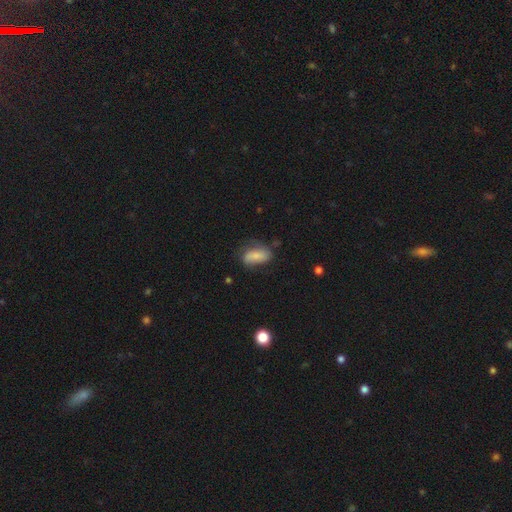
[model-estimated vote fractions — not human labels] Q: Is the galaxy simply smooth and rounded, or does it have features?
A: smooth — 69%.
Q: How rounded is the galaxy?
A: in between — 89%.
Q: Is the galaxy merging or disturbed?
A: none — 50%.